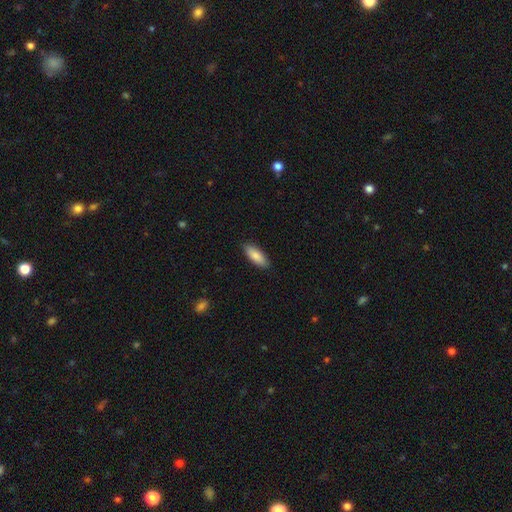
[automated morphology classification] Smooth or featured?
  - smooth: 86% *
  - featured or disk: 9%
  - star or artifact: 5%
How rounded?
  - in between: 73% *
  - cigar-shaped: 25%
  - round: 2%
Merging?
  - none: 88% *
  - minor disturbance: 9%
  - major disturbance: 2%
  - merger: 1%